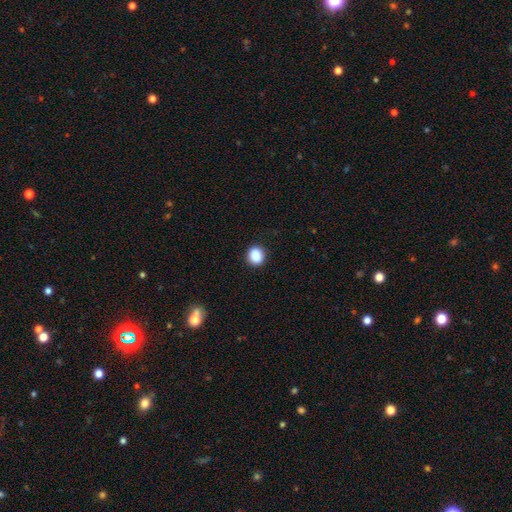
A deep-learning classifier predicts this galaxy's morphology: smooth-or-featured: smooth: 88% | star or artifact: 9% | featured or disk: 3%
  how-rounded: round: 74% | in between: 25% | cigar-shaped: 1%
  merging: none: 91% | minor disturbance: 6% | major disturbance: 2% | merger: 1%